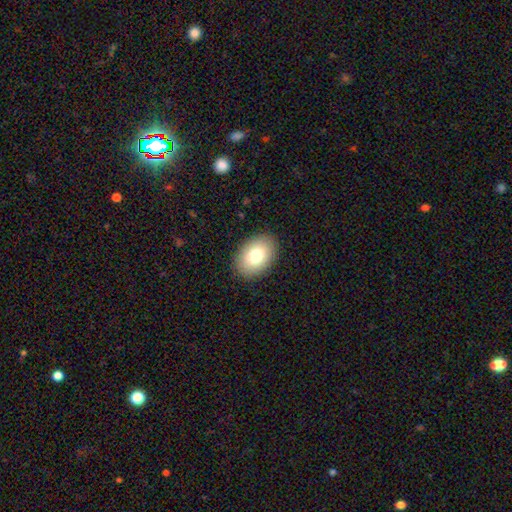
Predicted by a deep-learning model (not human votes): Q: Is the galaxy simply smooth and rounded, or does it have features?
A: smooth — 79%.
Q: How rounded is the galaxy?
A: in between — 83%.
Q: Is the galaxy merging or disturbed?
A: none — 89%.